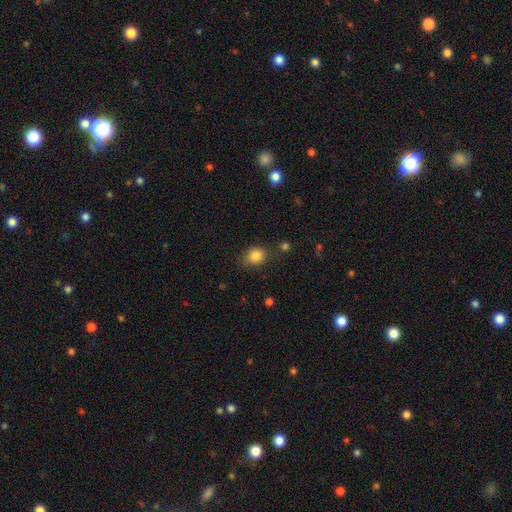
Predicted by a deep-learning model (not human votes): Smooth or featured? smooth (85%)
How rounded? round (64%)
Merging? none (75%)